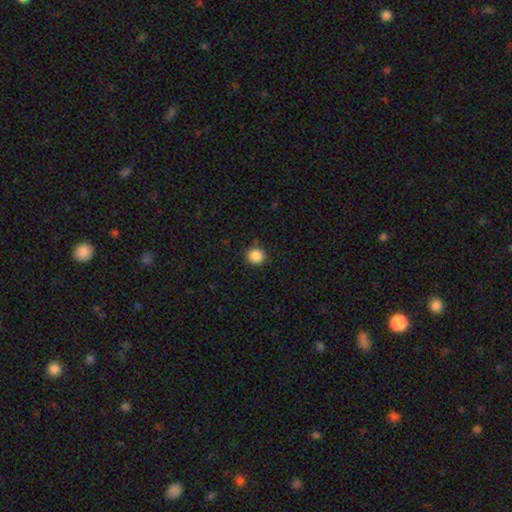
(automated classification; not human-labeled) This is clearly a smooth galaxy (87%). How rounded: clearly round (92%). Merging: clearly none (87%).